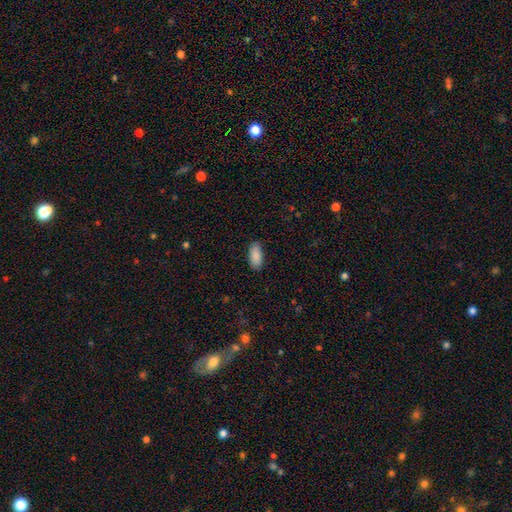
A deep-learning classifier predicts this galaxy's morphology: Overall: smooth (90%). How rounded: in between (88%). Merging: none (87%).